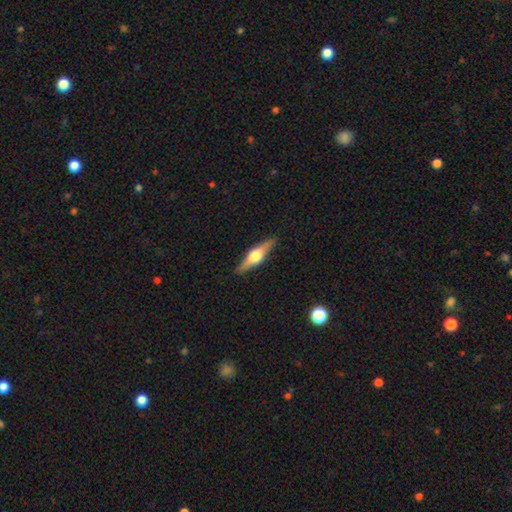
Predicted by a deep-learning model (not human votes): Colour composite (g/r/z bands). It shows a featured or disk galaxy (67%) viewed edge-on (96%) with a rounded central bulge (95%). Merging: none (90%).